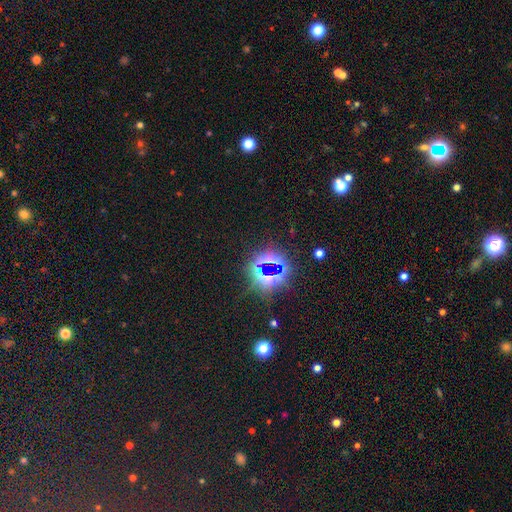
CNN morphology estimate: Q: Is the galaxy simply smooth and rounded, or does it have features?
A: star or artifact — 78%.